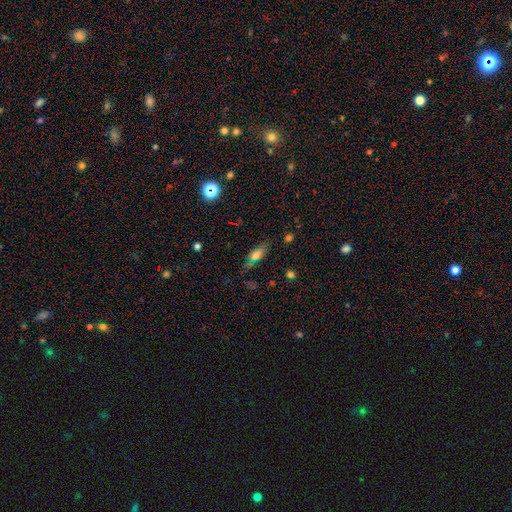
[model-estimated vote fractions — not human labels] Smooth or featured?
  - smooth: 66% *
  - featured or disk: 19%
  - star or artifact: 14%
How rounded?
  - in between: 75% *
  - cigar-shaped: 21%
  - round: 5%
Merging?
  - none: 68% *
  - minor disturbance: 20%
  - major disturbance: 7%
  - merger: 5%